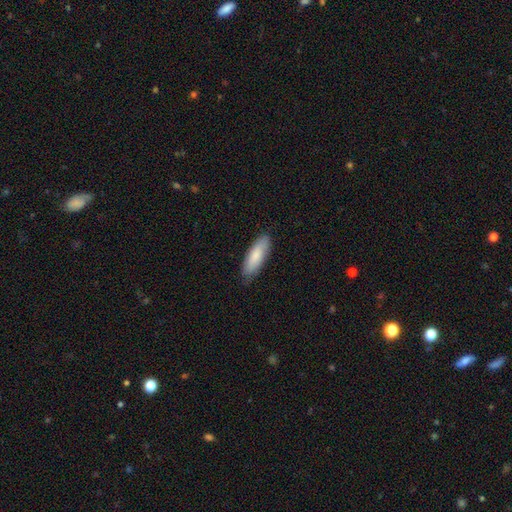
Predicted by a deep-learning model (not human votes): This appears to be a smooth galaxy with no disk features (82%) that is in between round and cigar-shaped (58%). Merging: none (83%).